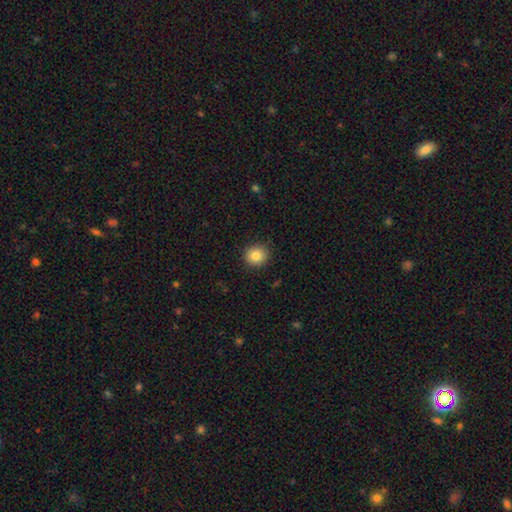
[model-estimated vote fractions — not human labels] The model was most divided on "how rounded": round: 85%, in between: 14%, cigar-shaped: 1%. More confident: merging — none (89%); smooth or featured — smooth (84%).